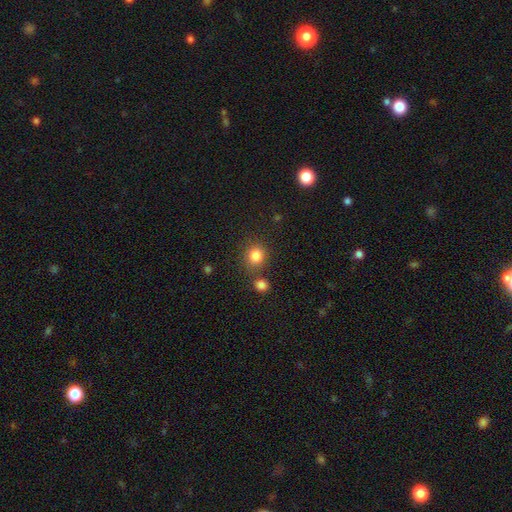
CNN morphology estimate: type=smooth (84%); roundness=round (81%); merging=none (74%).